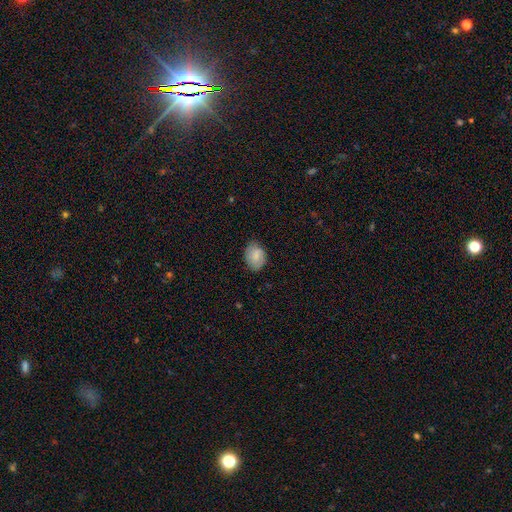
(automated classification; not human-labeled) Smooth or featured? smooth (79%)
How rounded? in between (71%)
Merging? none (75%)